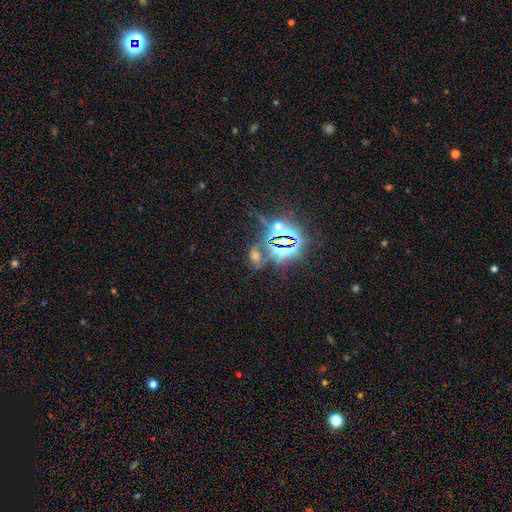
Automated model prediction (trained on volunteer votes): smooth_or_featured: star or artifact (p=0.67) [alt: smooth p=0.19]